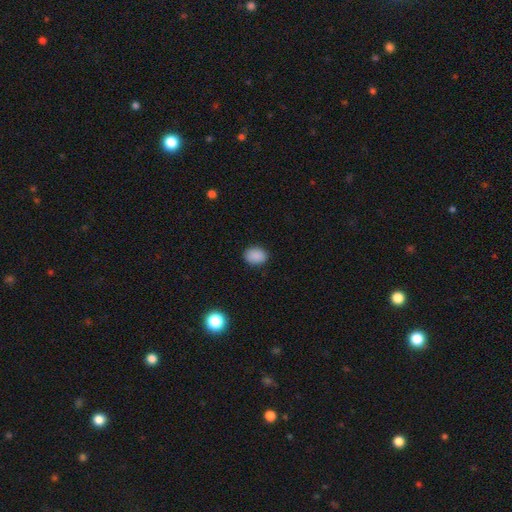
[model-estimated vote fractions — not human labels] This appears to be a smooth galaxy with no disk features (89%) that is in between round and cigar-shaped (65%). Merging: none (88%).